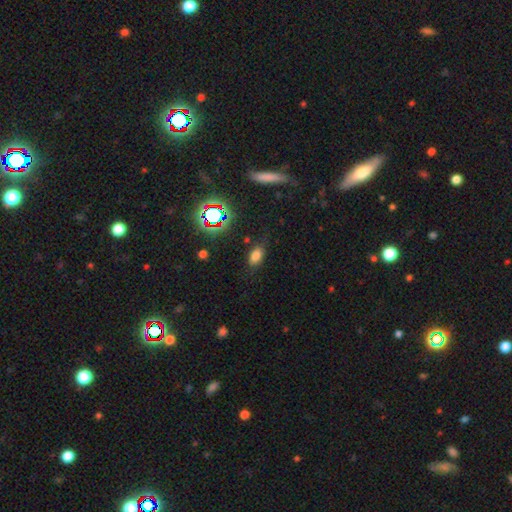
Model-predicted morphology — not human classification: Smooth or featured: smooth — 73% (star or artifact — 18%)
How rounded: in between — 88% (round — 9%)
Merging: none — 78% (minor disturbance — 15%)